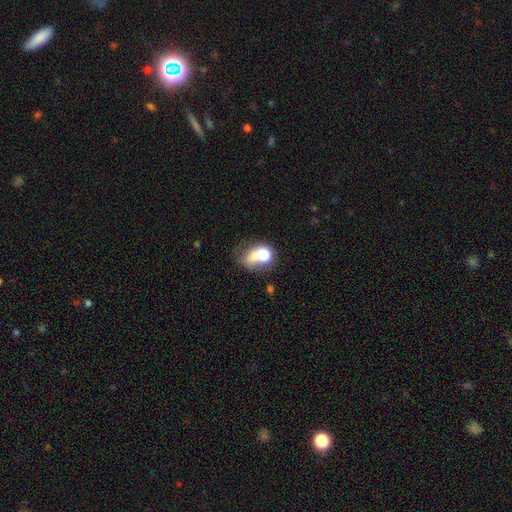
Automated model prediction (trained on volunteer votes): This is likely a smooth galaxy (64%). How rounded: possibly in between (52%). Merging: possibly merger (48%).